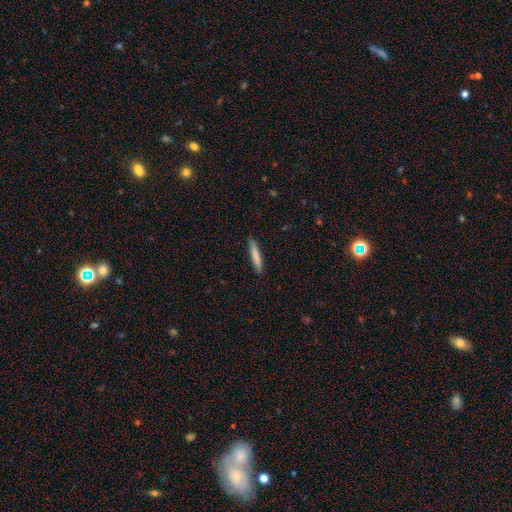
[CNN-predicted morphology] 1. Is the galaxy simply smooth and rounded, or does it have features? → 82% smooth, 13% featured or disk, 6% star or artifact.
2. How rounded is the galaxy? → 93% cigar-shaped, 6% in between, 1% round.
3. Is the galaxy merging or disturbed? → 89% none, 8% minor disturbance, 2% major disturbance, 1% merger.